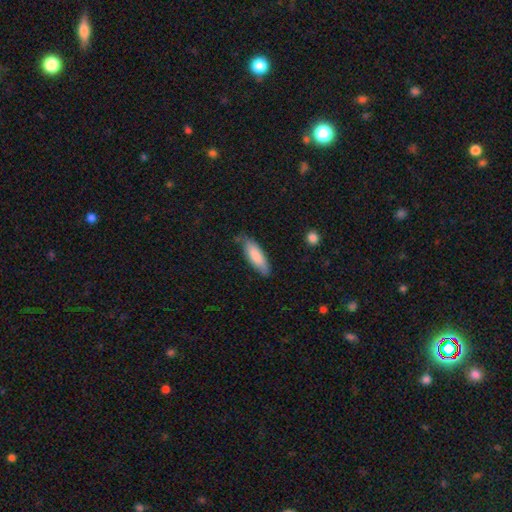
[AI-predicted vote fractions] smooth_or_featured: smooth (p=0.83) [alt: featured or disk p=0.12]
how_rounded: in between (p=0.54) [alt: cigar-shaped p=0.44]
merging: none (p=0.77) [alt: minor disturbance p=0.18]